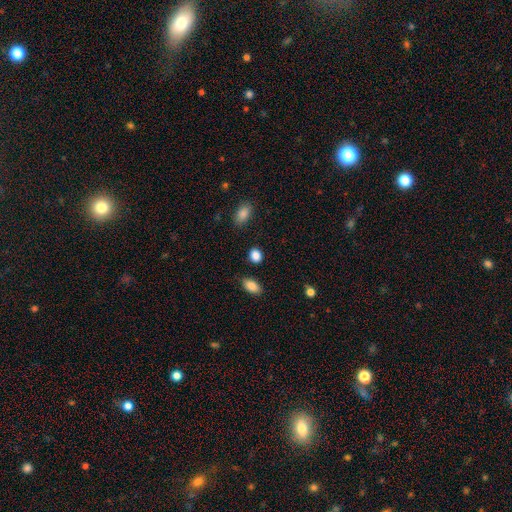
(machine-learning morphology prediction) A smooth galaxy with no disk features (88%) that is round (51%). Merging: none (85%).